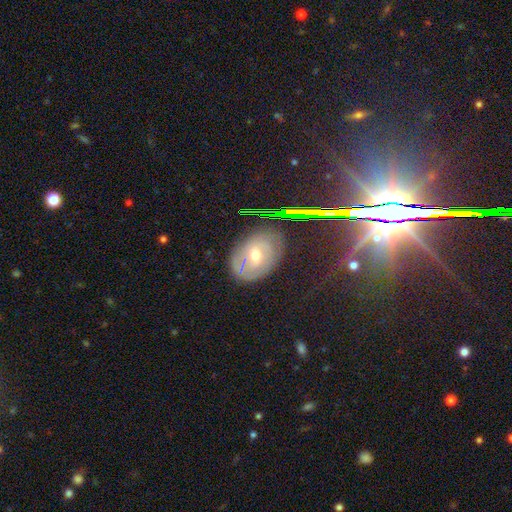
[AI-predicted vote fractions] featured or disk 53%, smooth 32%, star or artifact 14%. Down the decision tree: edge-on disk — no (93%); merging — none (75%).